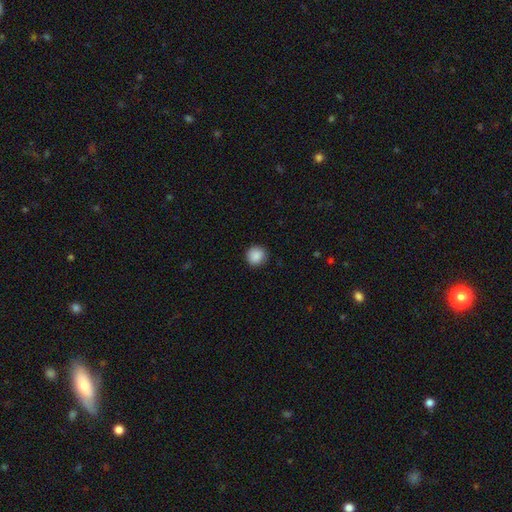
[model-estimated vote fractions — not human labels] This is clearly a smooth galaxy (89%). How rounded: clearly round (92%). Merging: clearly none (89%).